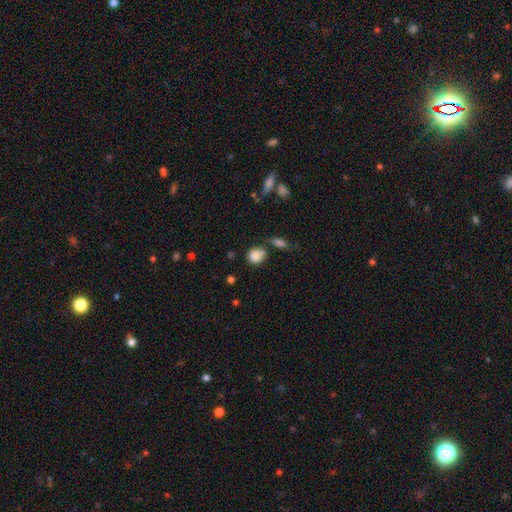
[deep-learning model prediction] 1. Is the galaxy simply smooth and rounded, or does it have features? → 84% smooth, 9% star or artifact, 6% featured or disk.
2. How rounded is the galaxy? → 80% round, 19% in between, 1% cigar-shaped.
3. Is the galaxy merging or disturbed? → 58% none, 19% minor disturbance, 17% merger, 6% major disturbance.